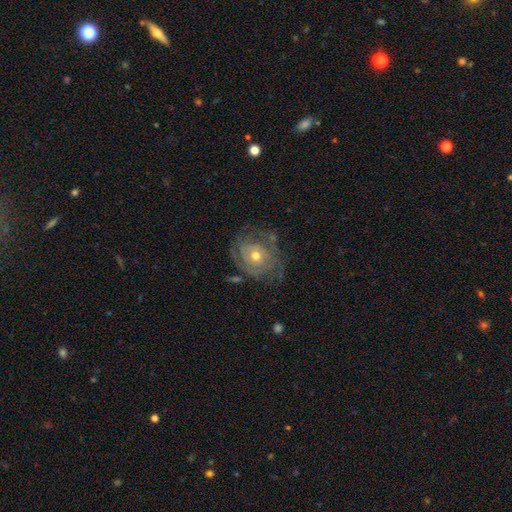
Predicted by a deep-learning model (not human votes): This appears to be a featured or disk galaxy (79%) with no bar (78%), tight (68%) spiral arms (85%) and a moderate central bulge (66%). Merging: none (64%).